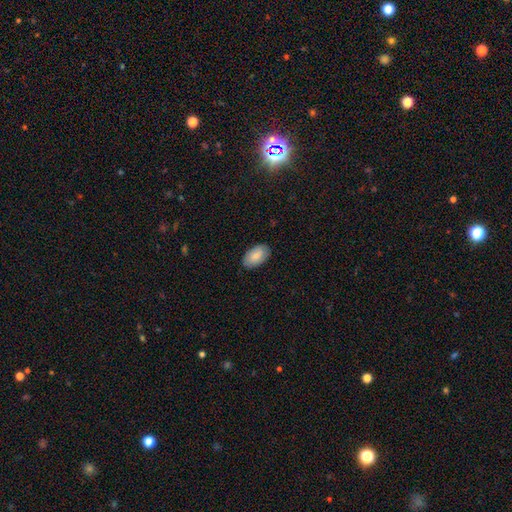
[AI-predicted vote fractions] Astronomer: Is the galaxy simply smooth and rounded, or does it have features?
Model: smooth — 85%.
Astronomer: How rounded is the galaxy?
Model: in between — 95%.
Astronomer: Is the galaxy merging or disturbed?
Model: none — 86%.